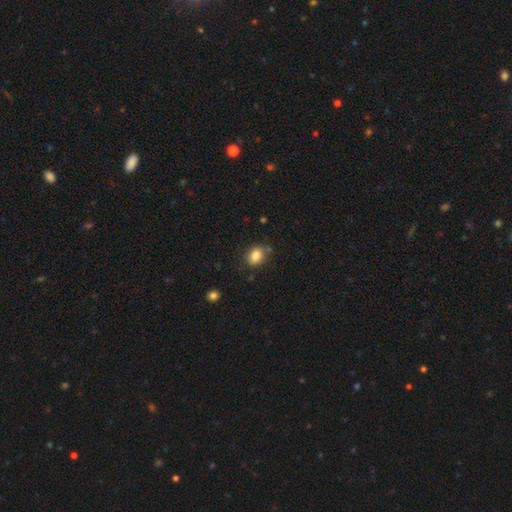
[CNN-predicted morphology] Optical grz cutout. It shows a smooth galaxy with no disk features (84%) that is in between round and cigar-shaped (59%). Merging: none (75%).